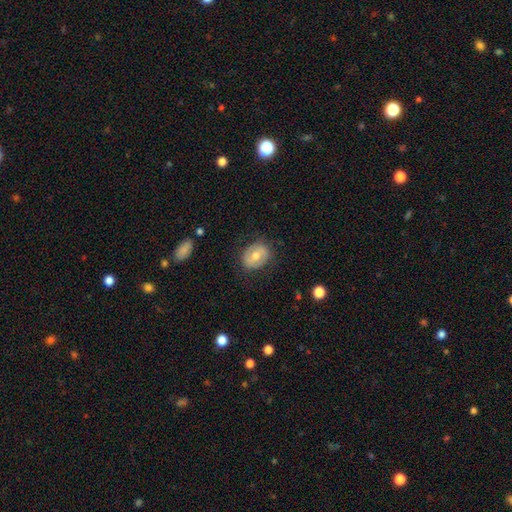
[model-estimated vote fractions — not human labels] Smooth or featured? Predicted: smooth (p=0.60). How rounded? Predicted: in between (p=0.55). Merging? Predicted: none (p=0.80).